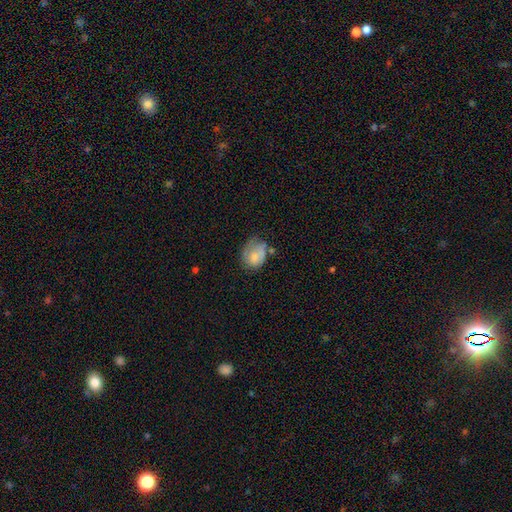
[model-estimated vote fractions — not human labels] This is likely a smooth galaxy (68%). How rounded: possibly round (51%). Merging: marginally none (38%).